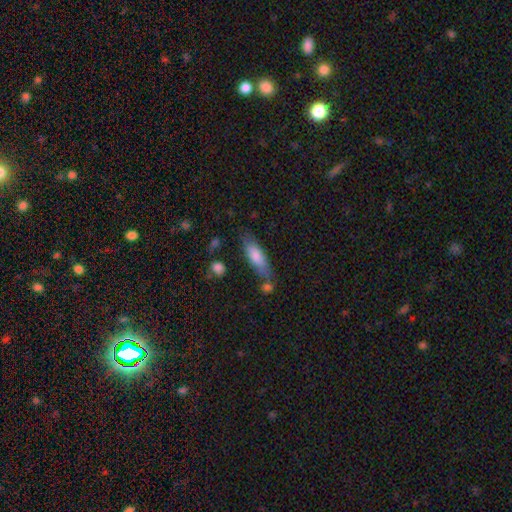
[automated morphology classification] smooth_or_featured: smooth (p=0.71) [alt: featured or disk p=0.21]
how_rounded: cigar-shaped (p=0.56) [alt: in between p=0.42]
merging: none (p=0.69) [alt: minor disturbance p=0.17]